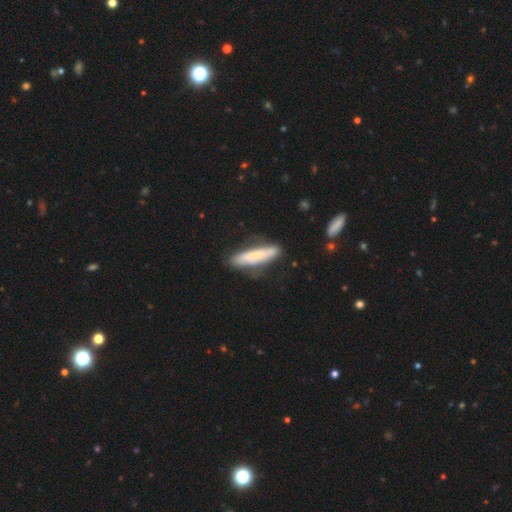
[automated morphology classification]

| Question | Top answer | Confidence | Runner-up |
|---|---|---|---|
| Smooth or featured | smooth | 62% | featured or disk (32%) |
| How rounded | cigar-shaped | 81% | in between (18%) |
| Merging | none | 74% | minor disturbance (18%) |